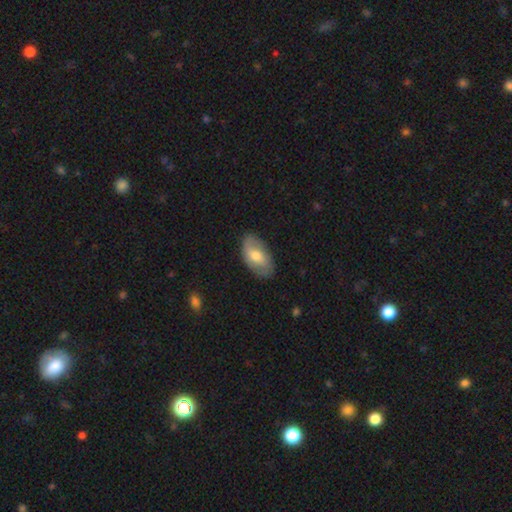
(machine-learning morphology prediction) This is possibly a smooth galaxy (50%). How rounded: clearly in between (93%). Merging: clearly none (80%).